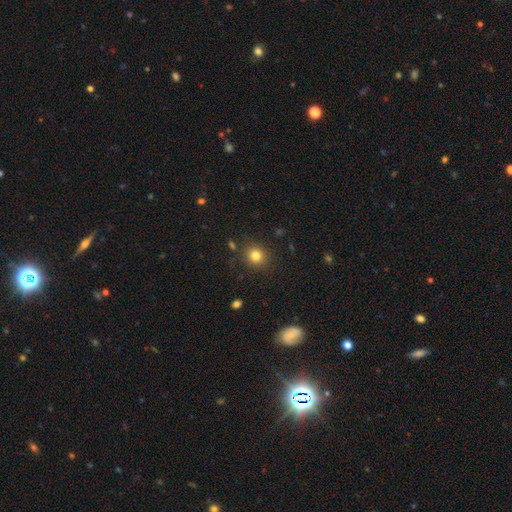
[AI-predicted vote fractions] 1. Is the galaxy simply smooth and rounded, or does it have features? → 81% smooth, 13% star or artifact, 7% featured or disk.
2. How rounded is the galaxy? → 84% round, 15% in between, 1% cigar-shaped.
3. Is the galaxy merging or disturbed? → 86% none, 9% minor disturbance, 3% major disturbance, 2% merger.